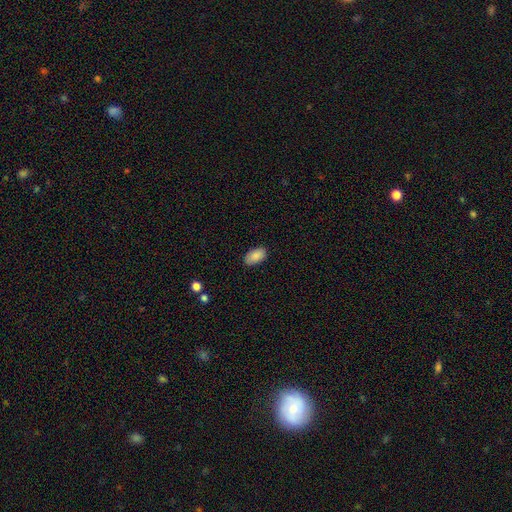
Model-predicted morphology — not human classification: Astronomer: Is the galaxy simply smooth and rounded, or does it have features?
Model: smooth — 88%.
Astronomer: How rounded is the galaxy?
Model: in between — 94%.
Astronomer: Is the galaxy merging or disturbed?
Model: none — 87%.